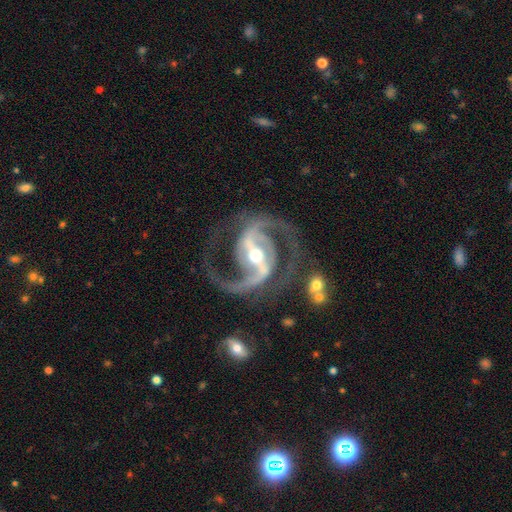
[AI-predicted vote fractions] This appears to be a featured or disk galaxy (94%) with a strong bar (68%), 2 (93%) medium (66%) spiral arms (98%) and a moderate central bulge (65%). Merging: none (76%).